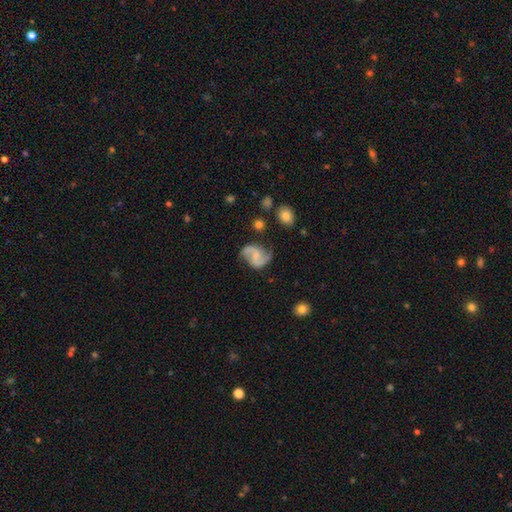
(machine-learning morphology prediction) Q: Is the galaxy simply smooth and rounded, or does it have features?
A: featured or disk — 85%.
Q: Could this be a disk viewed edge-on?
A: no — 98%.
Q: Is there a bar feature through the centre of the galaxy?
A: weak — 44%.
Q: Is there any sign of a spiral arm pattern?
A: yes — 96%.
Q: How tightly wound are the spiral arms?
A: medium — 47%.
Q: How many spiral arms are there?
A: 2 — 92%.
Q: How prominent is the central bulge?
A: small — 40%.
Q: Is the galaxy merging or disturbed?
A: none — 70%.